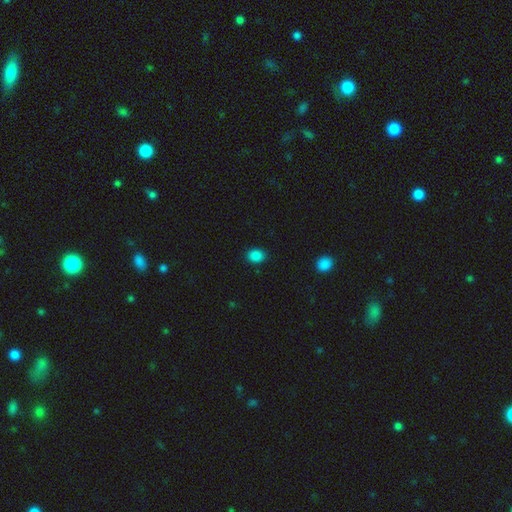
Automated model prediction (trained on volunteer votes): Smooth or featured: smooth — 86% (star or artifact — 11%)
How rounded: in between — 61% (round — 38%)
Merging: none — 89% (minor disturbance — 8%)